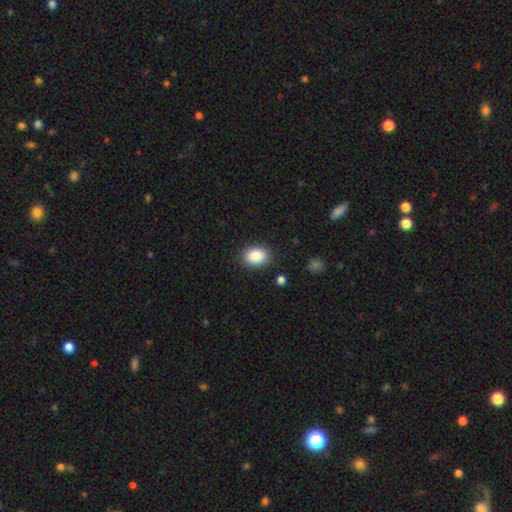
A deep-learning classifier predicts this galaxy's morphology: Overall: smooth (88%). How rounded: in between (75%). Merging: none (86%).